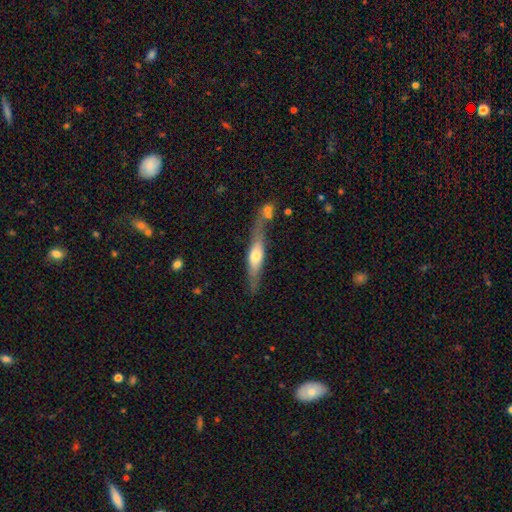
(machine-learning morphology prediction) The model was most divided on "smooth or featured": featured or disk: 54%, smooth: 41%, star or artifact: 6%. More confident: edge-on disk — yes (86%); merging — none (63%).